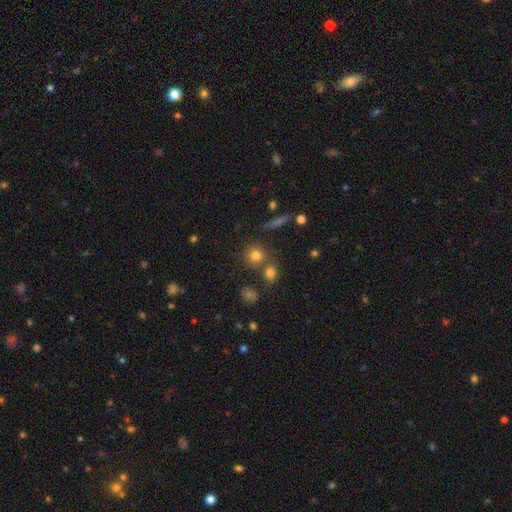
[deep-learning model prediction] smooth 77%, star or artifact 14%, featured or disk 9%. Down the decision tree: how rounded — round (90%); merging — none (72%).